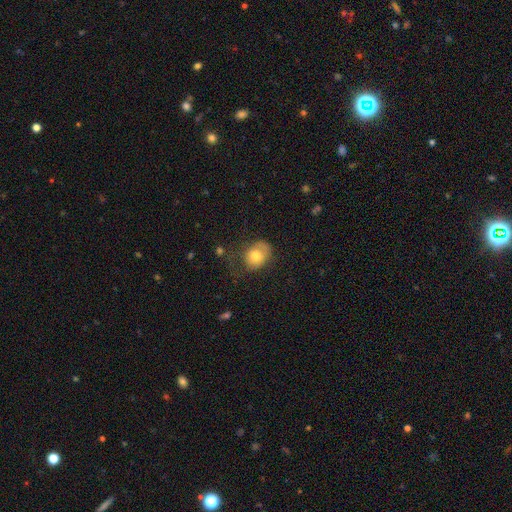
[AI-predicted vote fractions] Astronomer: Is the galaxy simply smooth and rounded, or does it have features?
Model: smooth — 73%.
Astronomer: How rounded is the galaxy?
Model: round — 50% (runner-up: in between, 49%).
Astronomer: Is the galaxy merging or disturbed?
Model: none — 44% (runner-up: minor disturbance, 30%).